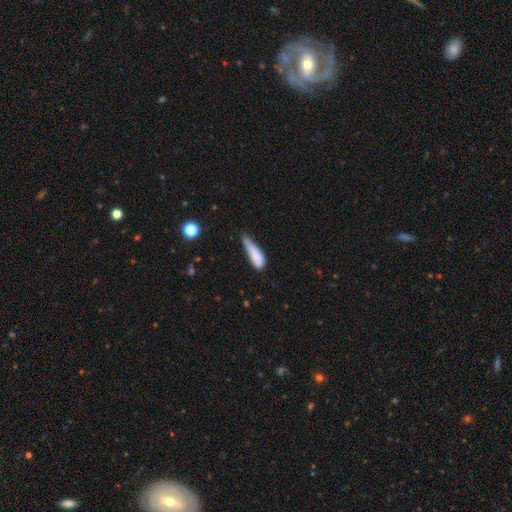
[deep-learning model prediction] A smooth galaxy with no disk features (77%) that is cigar-shaped (52%). Merging: minor disturbance (47%).